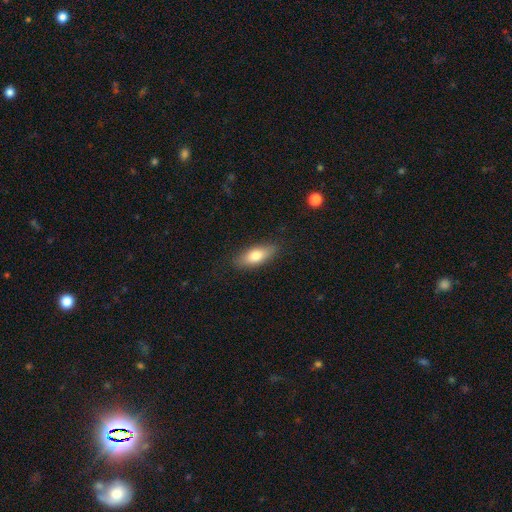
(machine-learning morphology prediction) Smooth or featured? smooth (74%)
How rounded? in between (74%)
Merging? none (85%)